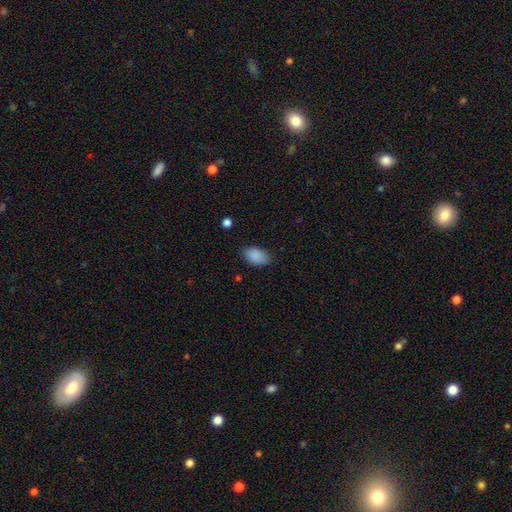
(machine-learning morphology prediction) smooth_or_featured: smooth (p=0.89) [alt: star or artifact p=0.07]
how_rounded: in between (p=0.91) [alt: round p=0.08]
merging: none (p=0.79) [alt: minor disturbance p=0.16]